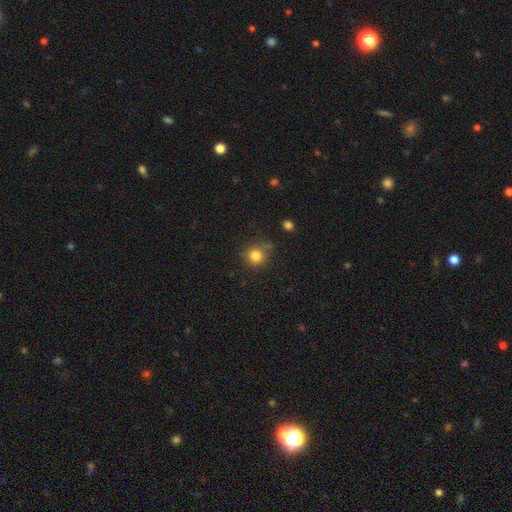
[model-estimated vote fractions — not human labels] smooth 82%, star or artifact 12%, featured or disk 6%. Down the decision tree: how rounded — round (88%); merging — none (69%).